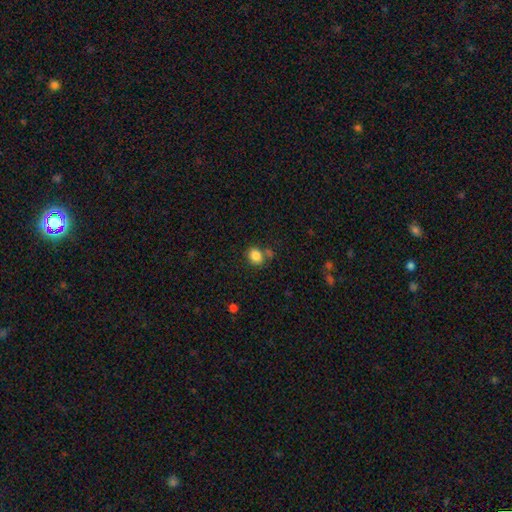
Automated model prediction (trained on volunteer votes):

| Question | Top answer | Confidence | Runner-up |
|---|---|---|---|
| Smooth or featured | smooth | 85% | star or artifact (10%) |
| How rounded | round | 56% | in between (43%) |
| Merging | none | 69% | minor disturbance (13%) |